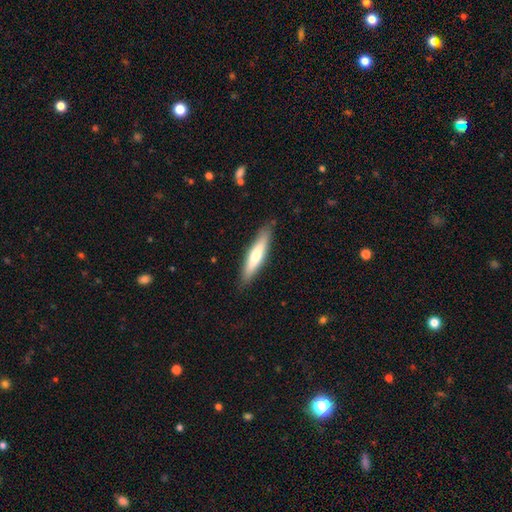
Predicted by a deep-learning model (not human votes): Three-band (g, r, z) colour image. It shows a smooth galaxy with no disk features (63%) that is cigar-shaped (82%). Merging: none (87%).